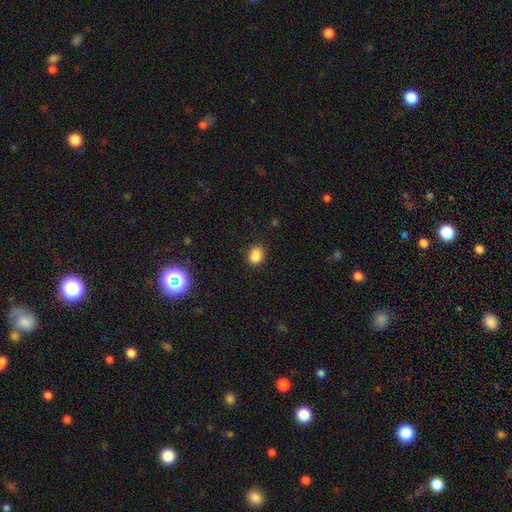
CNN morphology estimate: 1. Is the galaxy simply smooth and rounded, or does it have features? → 85% smooth, 11% star or artifact, 3% featured or disk.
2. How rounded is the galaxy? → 52% in between, 47% round, 1% cigar-shaped.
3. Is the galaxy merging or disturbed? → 84% none, 12% minor disturbance, 3% major disturbance, 1% merger.